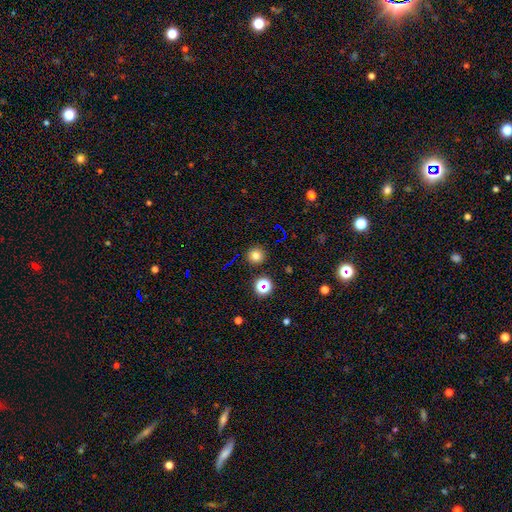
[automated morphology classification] smooth 72%, star or artifact 20%, featured or disk 7%. Down the decision tree: how rounded — round (95%); merging — none (90%).